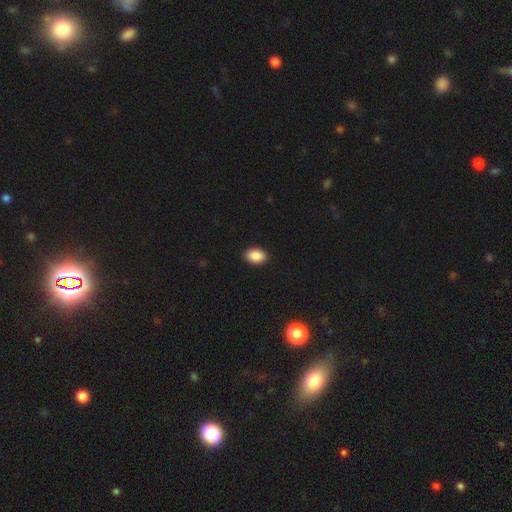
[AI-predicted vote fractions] smooth 89%, star or artifact 8%, featured or disk 3%. Down the decision tree: how rounded — in between (87%); merging — none (90%).